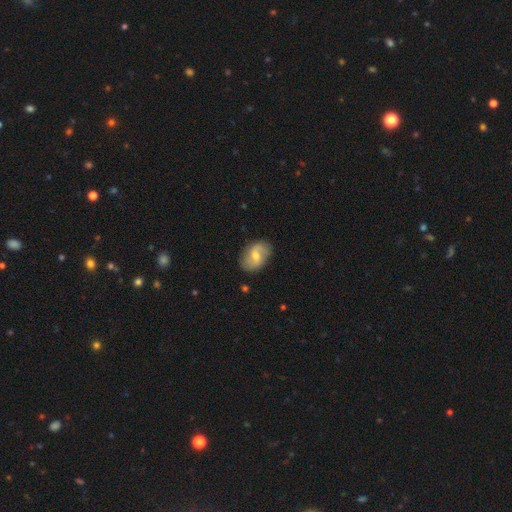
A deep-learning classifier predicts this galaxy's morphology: type=featured or disk (64%); edge-on=no (96%); bar=weak (54%); spiral arms=yes (85%); winding=loose (52%); arm count=2 (86%); bulge=moderate (58%); merging=none (81%).